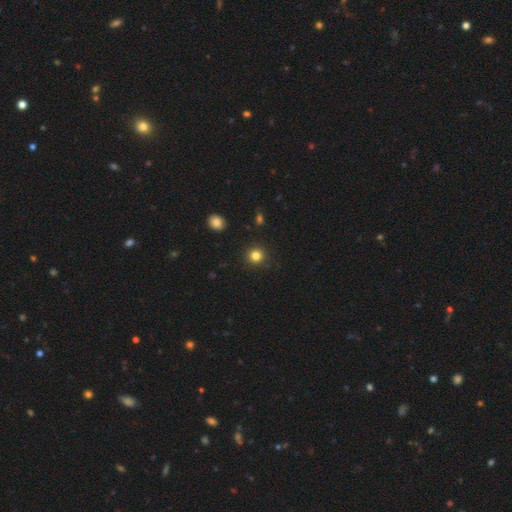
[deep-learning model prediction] smooth_or_featured: smooth (p=0.83) [alt: star or artifact p=0.12]
how_rounded: round (p=0.94) [alt: in between p=0.05]
merging: none (p=0.92) [alt: minor disturbance p=0.05]